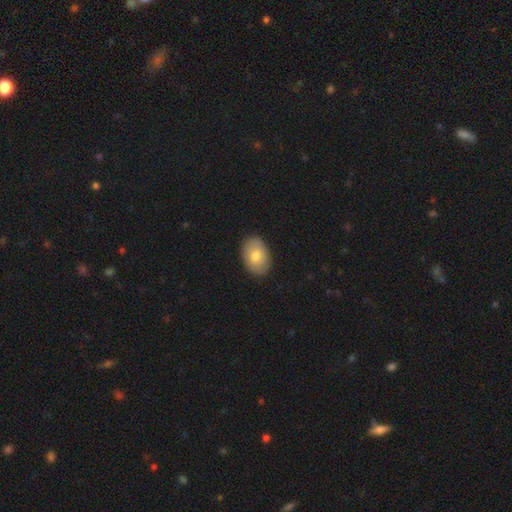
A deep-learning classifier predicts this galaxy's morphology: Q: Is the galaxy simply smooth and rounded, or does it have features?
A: smooth — 75%.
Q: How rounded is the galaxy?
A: in between — 86%.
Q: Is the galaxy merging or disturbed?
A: none — 87%.